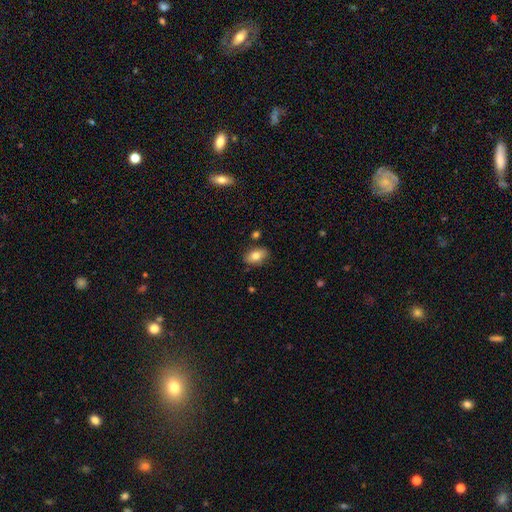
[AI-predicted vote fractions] Smooth or featured: smooth — 79% (featured or disk — 13%)
How rounded: in between — 89% (round — 8%)
Merging: none — 82% (minor disturbance — 13%)